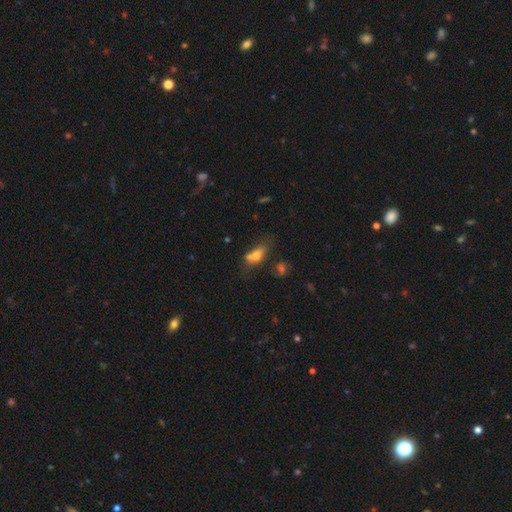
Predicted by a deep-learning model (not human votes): Smooth or featured? Predicted: smooth (p=0.68). How rounded? Predicted: in between (p=0.71). Merging? Predicted: none (p=0.33, tied with merger).